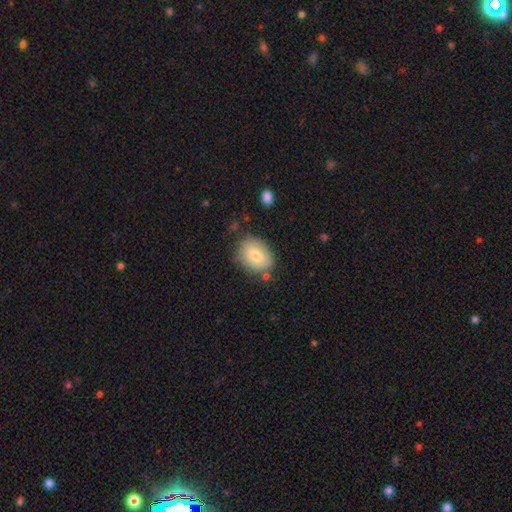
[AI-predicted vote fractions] The model was most divided on "how rounded": in between: 66%, round: 33%, cigar-shaped: 1%. More confident: smooth or featured — smooth (76%); merging — none (72%).